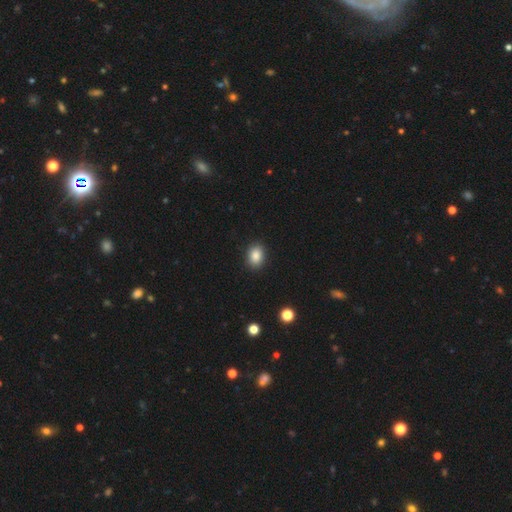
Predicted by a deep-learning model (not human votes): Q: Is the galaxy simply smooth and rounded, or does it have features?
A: smooth — 87%.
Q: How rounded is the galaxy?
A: in between — 72%.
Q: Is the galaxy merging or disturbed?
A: none — 90%.